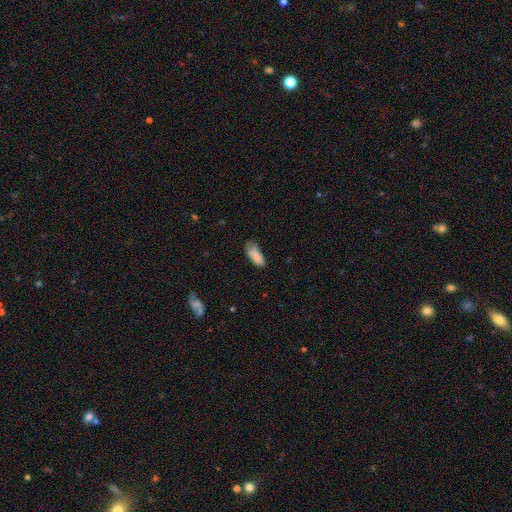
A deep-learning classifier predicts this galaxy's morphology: The model was most divided on "merging": none: 55%, minor disturbance: 33%, major disturbance: 10%, merger: 3%. More confident: smooth or featured — smooth (84%); how rounded — in between (80%).